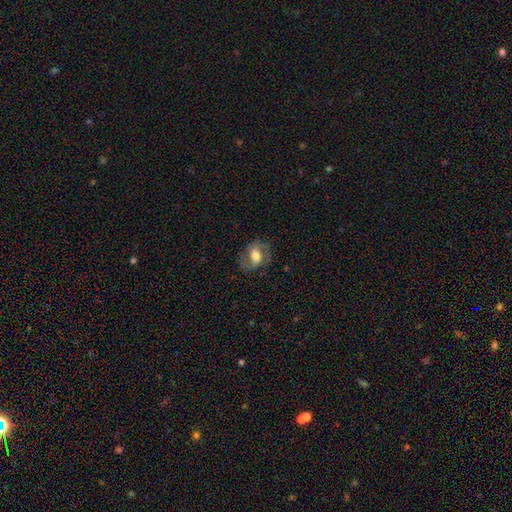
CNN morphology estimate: smooth-or-featured: featured or disk: 52% | smooth: 40% | star or artifact: 8%
  disk-edge-on: no: 94% | yes: 6%
  merging: none: 68% | minor disturbance: 19% | major disturbance: 11% | merger: 1%